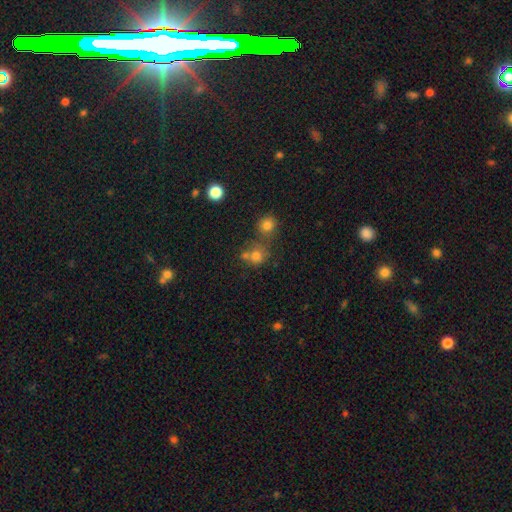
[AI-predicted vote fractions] Q: Smooth or featured?
A: smooth (73%); runner-up: star or artifact (16%)
Q: How rounded?
A: round (82%); runner-up: in between (17%)
Q: Merging?
A: none (48%); runner-up: merger (36%)